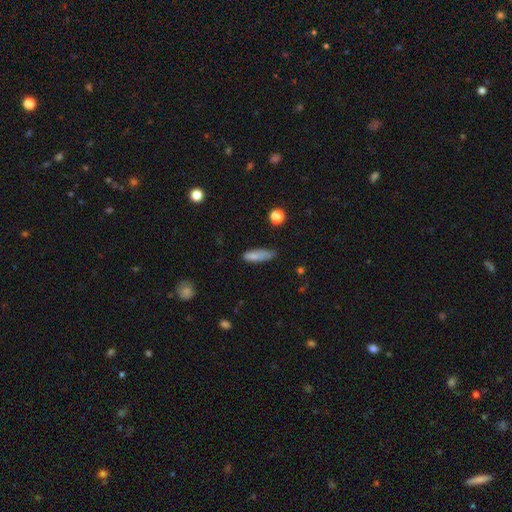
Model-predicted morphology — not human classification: Q: Smooth or featured?
A: smooth (80%); runner-up: featured or disk (12%)
Q: How rounded?
A: cigar-shaped (52%); runner-up: in between (46%)
Q: Merging?
A: none (51%); runner-up: minor disturbance (35%)